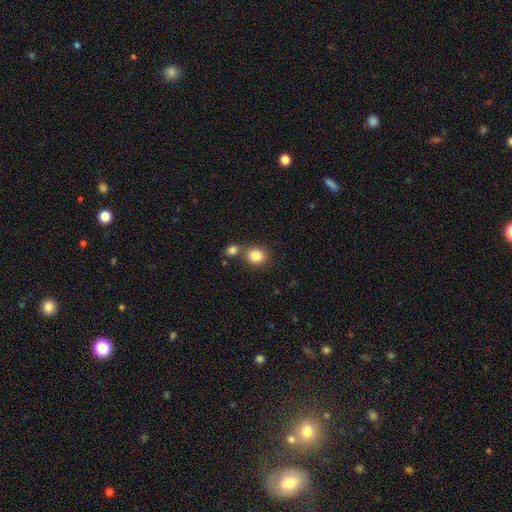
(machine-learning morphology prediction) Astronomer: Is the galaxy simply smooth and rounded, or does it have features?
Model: smooth — 84%.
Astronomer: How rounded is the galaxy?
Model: round — 66%.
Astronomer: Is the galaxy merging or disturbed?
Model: none — 59%.